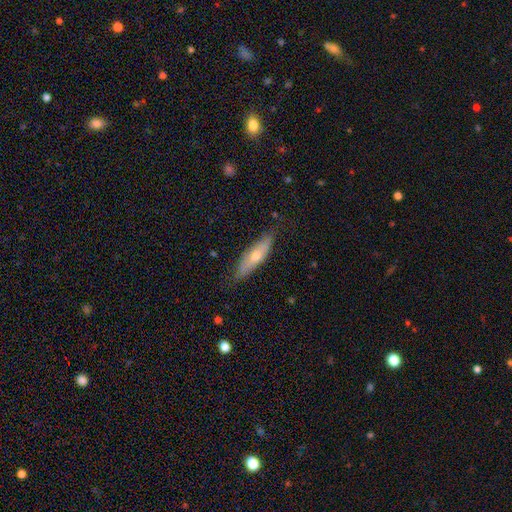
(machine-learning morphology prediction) type=smooth (54%); roundness=cigar-shaped (60%); merging=none (78%).